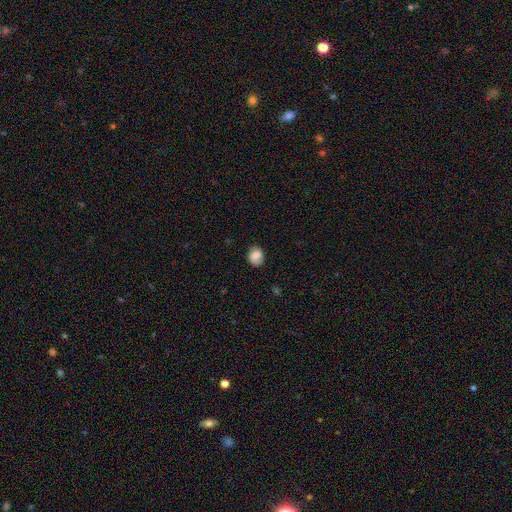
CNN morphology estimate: This is likely a smooth galaxy (80%). How rounded: possibly round (53%). Merging: likely none (79%).